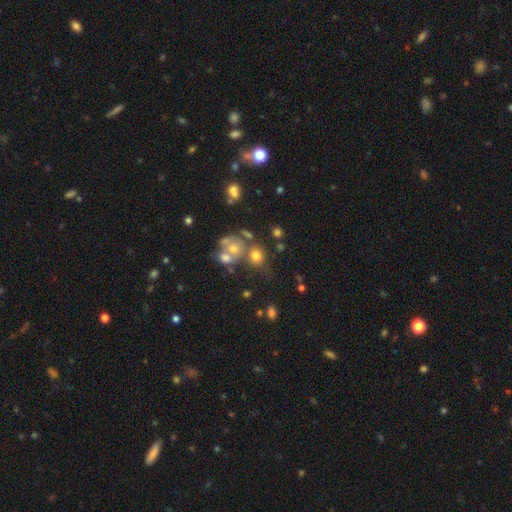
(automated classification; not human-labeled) This appears to be a smooth galaxy with no disk features (68%) that is round (76%). Merging: none (52%).